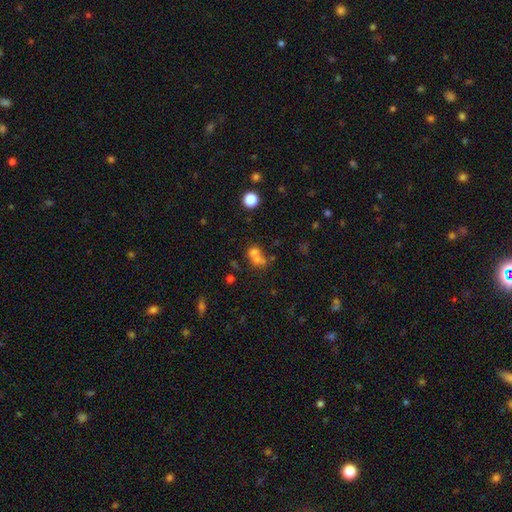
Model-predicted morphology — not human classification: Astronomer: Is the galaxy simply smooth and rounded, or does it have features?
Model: smooth — 63%.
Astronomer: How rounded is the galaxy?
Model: round — 65%.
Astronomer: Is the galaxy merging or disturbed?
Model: merger — 57%.